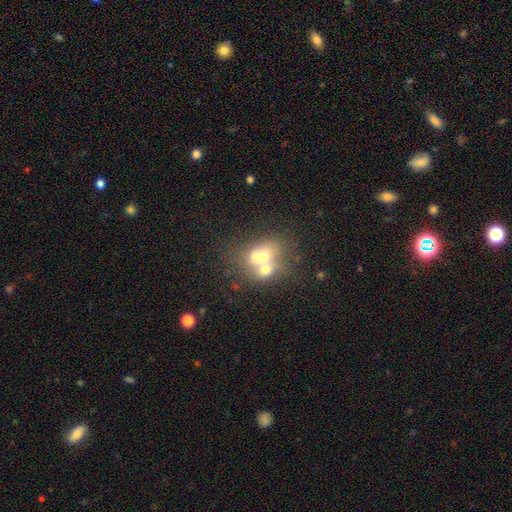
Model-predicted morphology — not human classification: Smooth or featured: smooth — 55% (featured or disk — 32%)
How rounded: in between — 49% (tied with round — 49%)
Merging: merger — 65% (none — 22%)